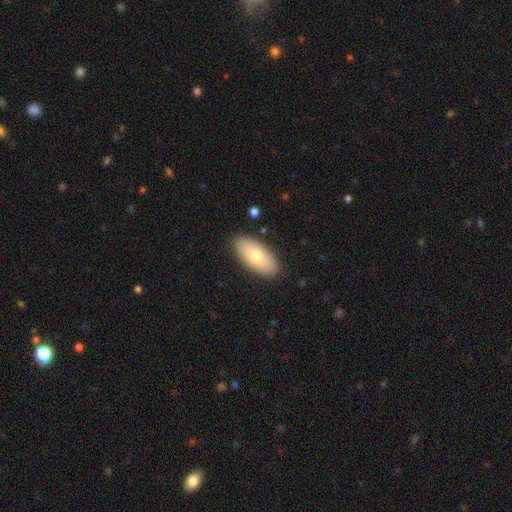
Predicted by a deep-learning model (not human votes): Smooth or featured?
  - smooth: 74% *
  - featured or disk: 20%
  - star or artifact: 6%
How rounded?
  - in between: 92% *
  - cigar-shaped: 6%
  - round: 2%
Merging?
  - none: 88% *
  - minor disturbance: 9%
  - major disturbance: 2%
  - merger: 1%